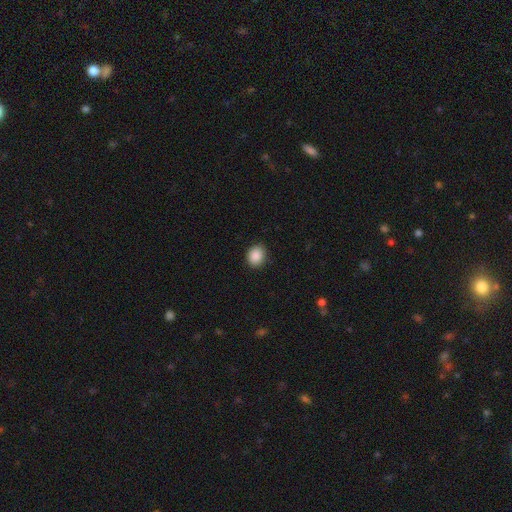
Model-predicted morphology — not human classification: Overall: smooth (89%). How rounded: round (55%; in between 44%). Merging: none (88%).